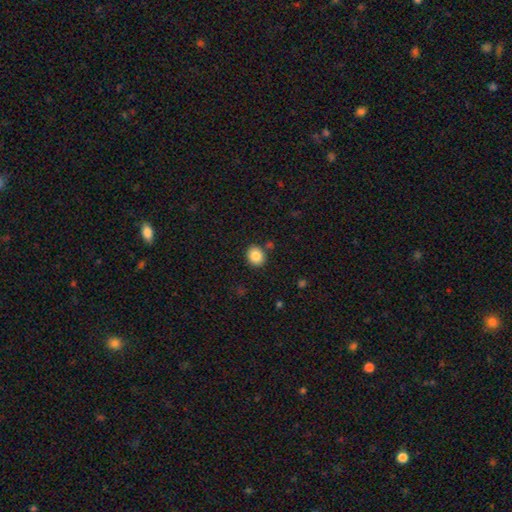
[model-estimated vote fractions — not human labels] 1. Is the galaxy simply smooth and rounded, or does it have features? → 85% smooth, 9% star or artifact, 6% featured or disk.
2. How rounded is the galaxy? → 66% round, 34% in between, 1% cigar-shaped.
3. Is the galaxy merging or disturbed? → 85% none, 8% minor disturbance, 5% merger, 2% major disturbance.